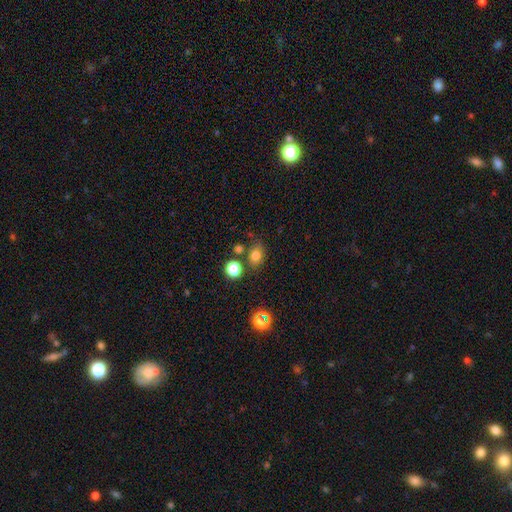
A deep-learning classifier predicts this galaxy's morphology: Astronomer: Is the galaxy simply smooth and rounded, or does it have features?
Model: smooth — 77%.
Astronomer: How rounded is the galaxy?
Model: in between — 56% (runner-up: round, 42%).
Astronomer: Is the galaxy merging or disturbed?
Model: none — 73%.